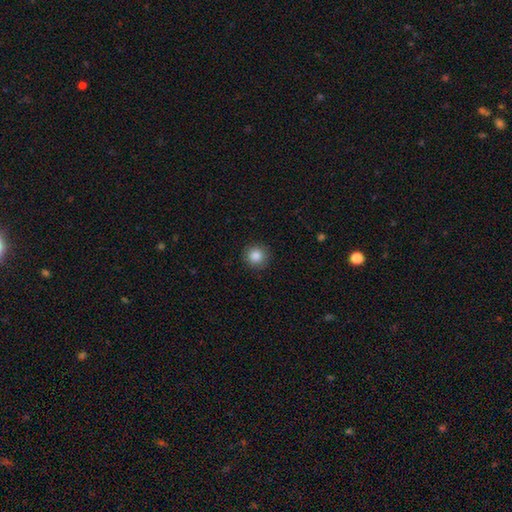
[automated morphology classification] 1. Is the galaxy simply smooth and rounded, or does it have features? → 86% smooth, 10% star or artifact, 4% featured or disk.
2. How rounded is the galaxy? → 94% round, 5% in between, 1% cigar-shaped.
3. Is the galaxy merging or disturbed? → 91% none, 6% minor disturbance, 2% major disturbance, 1% merger.